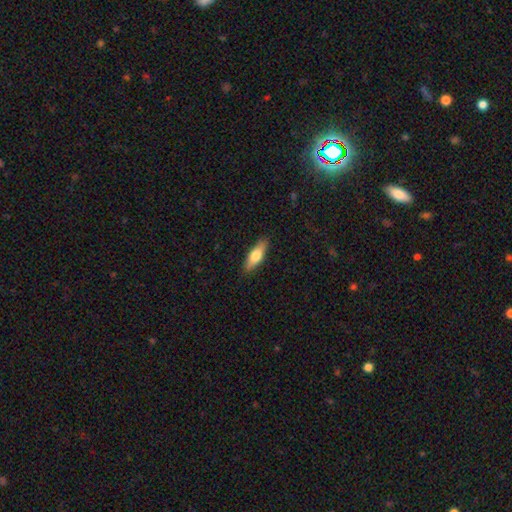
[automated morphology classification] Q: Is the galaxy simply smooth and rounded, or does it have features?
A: smooth — 70%.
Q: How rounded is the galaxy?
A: in between — 56%.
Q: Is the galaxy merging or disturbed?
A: none — 88%.